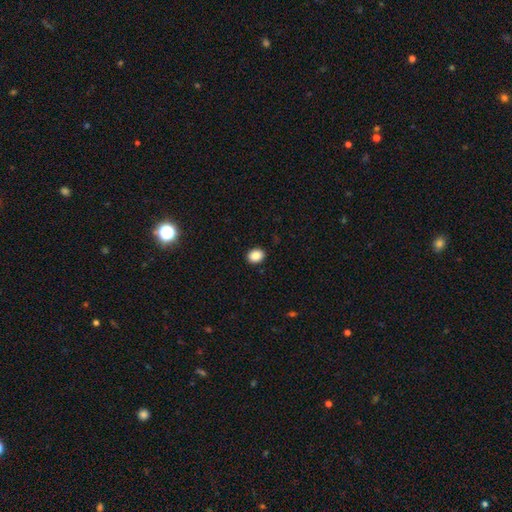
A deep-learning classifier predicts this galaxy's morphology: The model was most divided on "how rounded": in between: 50%, round: 49%, cigar-shaped: 1%. More confident: merging — none (91%); smooth or featured — smooth (88%).